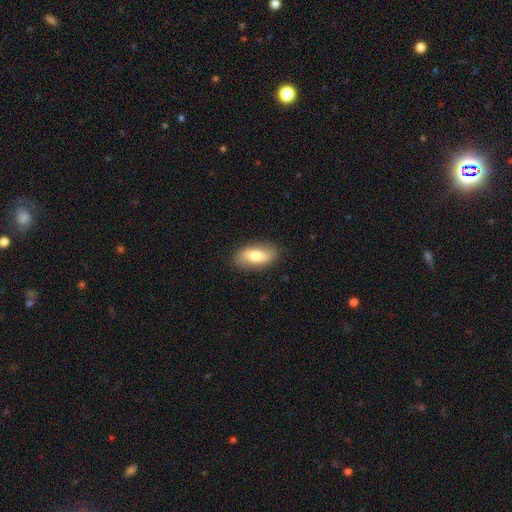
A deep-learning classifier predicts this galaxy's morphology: This is likely a smooth galaxy (66%). How rounded: clearly in between (89%). Merging: clearly none (85%).